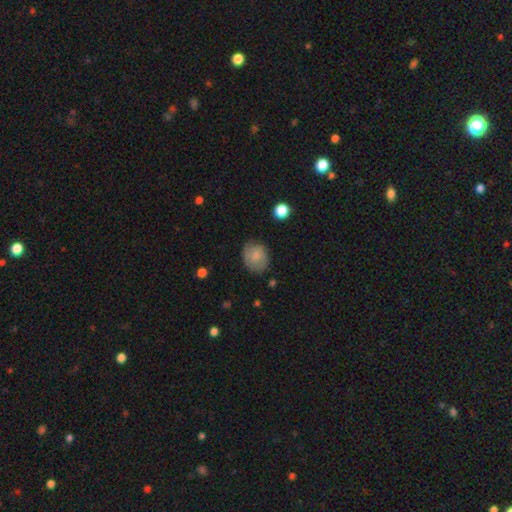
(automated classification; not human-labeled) smooth_or_featured: smooth (p=0.74) [alt: featured or disk p=0.18]
how_rounded: round (p=0.55) [alt: in between p=0.44]
merging: none (p=0.72) [alt: minor disturbance p=0.21]